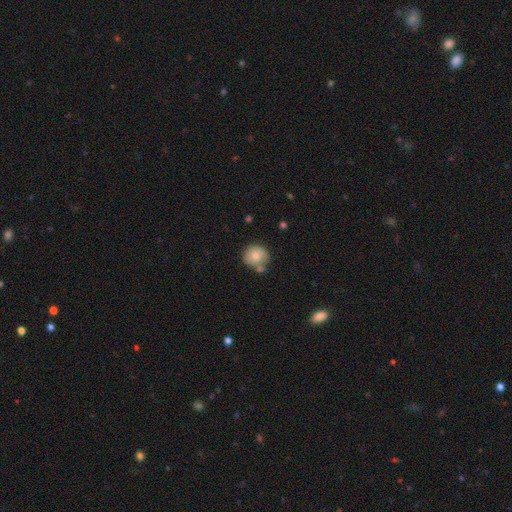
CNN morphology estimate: This appears to be a smooth galaxy with no disk features (79%) that is round (88%). Merging: none (62%).